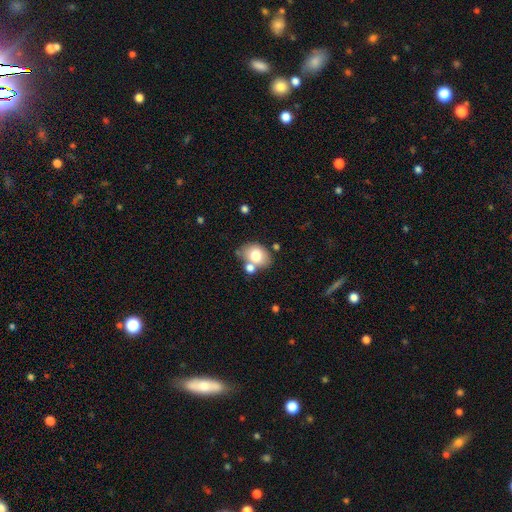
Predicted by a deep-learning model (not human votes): smooth-or-featured: smooth: 73% | featured or disk: 18% | star or artifact: 9%
  how-rounded: in between: 63% | round: 36% | cigar-shaped: 1%
  merging: none: 56% | merger: 24% | minor disturbance: 16% | major disturbance: 5%